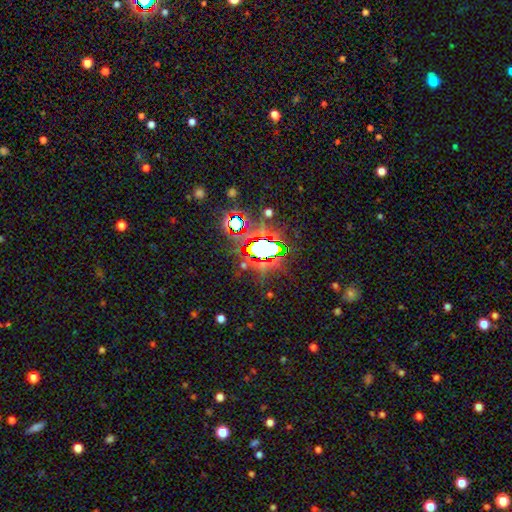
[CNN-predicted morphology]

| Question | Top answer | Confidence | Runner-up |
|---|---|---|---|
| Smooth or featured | star or artifact | 78% | smooth (12%) |